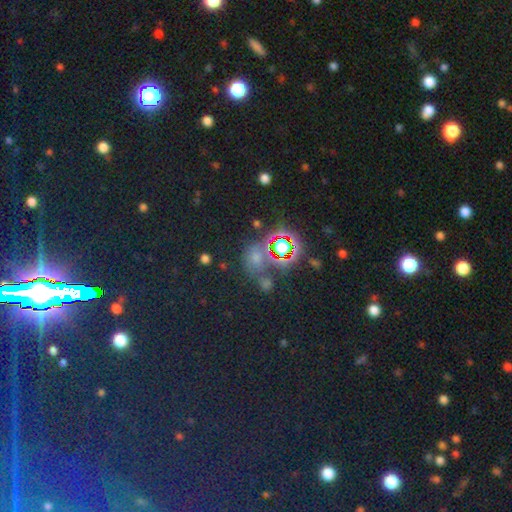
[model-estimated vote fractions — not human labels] Smooth or featured? star or artifact (59%)